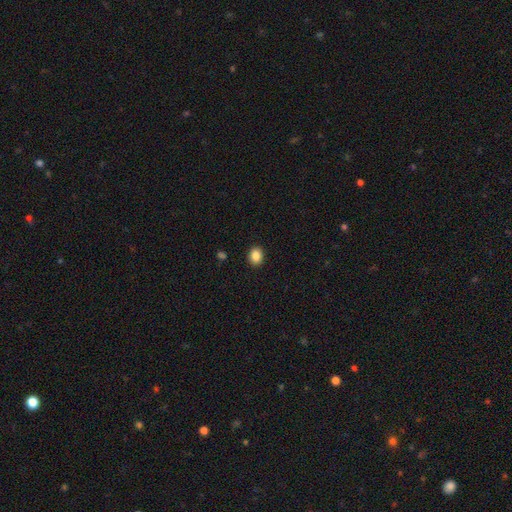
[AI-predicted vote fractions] The model was most divided on "how rounded": round: 52%, in between: 47%, cigar-shaped: 1%. More confident: merging — none (91%); smooth or featured — smooth (87%).